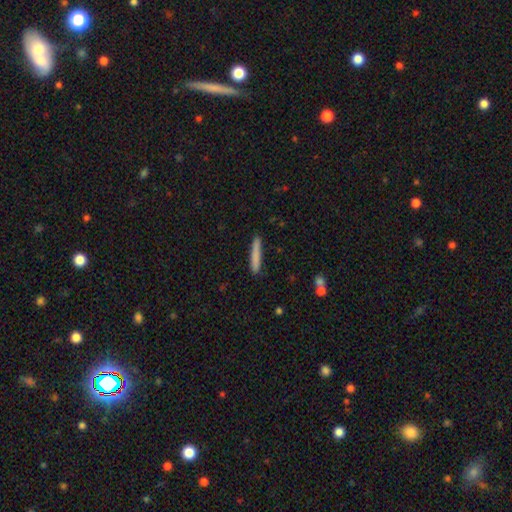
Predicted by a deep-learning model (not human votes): The model was most divided on "smooth or featured": smooth: 80%, featured or disk: 14%, star or artifact: 6%. More confident: how rounded — cigar-shaped (94%); merging — none (87%).